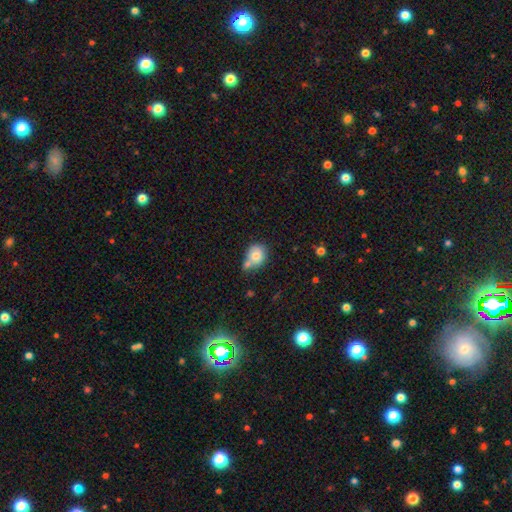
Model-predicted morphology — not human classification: Smooth or featured: smooth — 74% (featured or disk — 17%)
How rounded: round — 68% (in between — 31%)
Merging: none — 40% (merger — 36%)